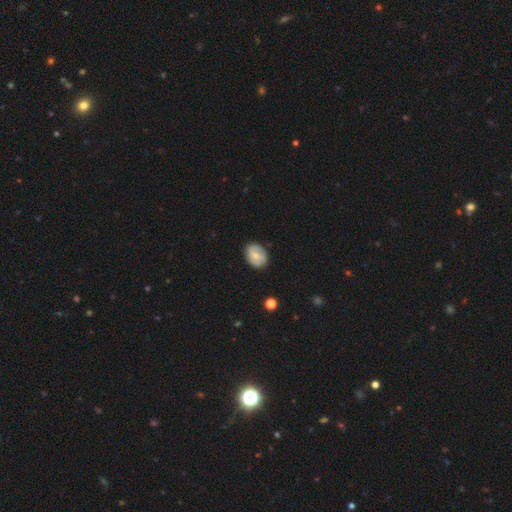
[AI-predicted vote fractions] A smooth galaxy with no disk features (60%) that is in between round and cigar-shaped (69%). Merging: none (81%).